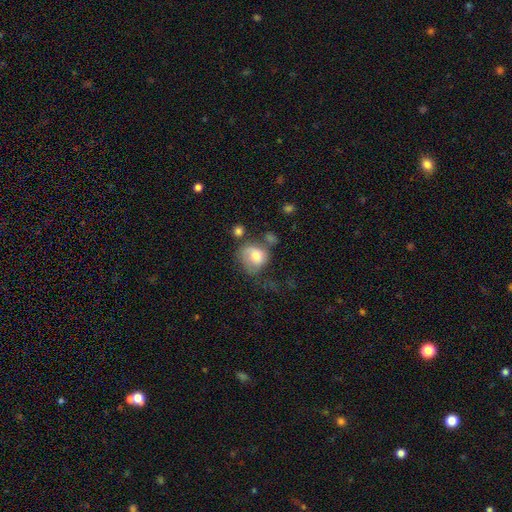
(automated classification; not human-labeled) smooth 65%, featured or disk 26%, star or artifact 8%. Down the decision tree: how rounded — round (61%); merging — none (33%).